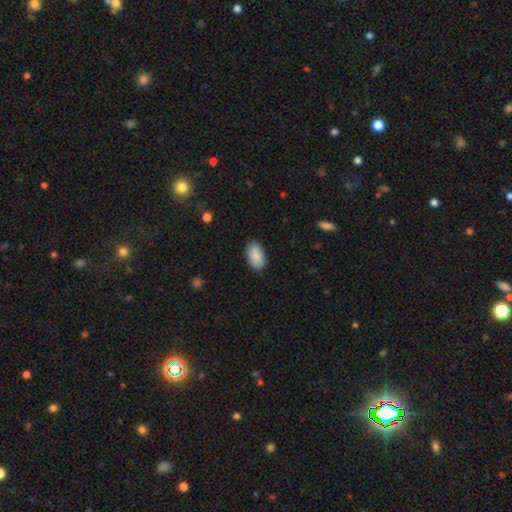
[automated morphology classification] smooth 90%, star or artifact 6%, featured or disk 4%. Down the decision tree: how rounded — in between (95%); merging — none (87%).